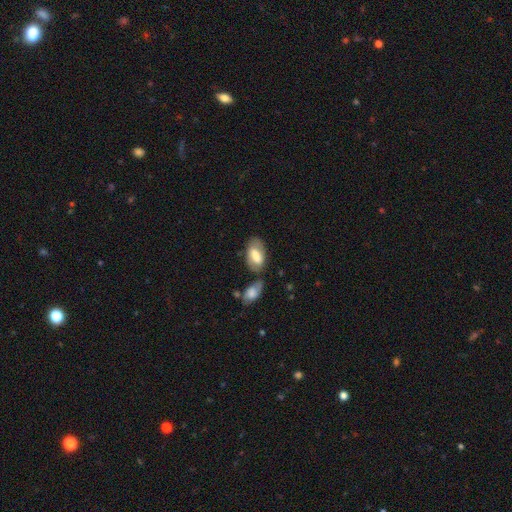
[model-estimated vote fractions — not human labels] Smooth or featured?
  - smooth: 64% *
  - featured or disk: 30%
  - star or artifact: 6%
How rounded?
  - in between: 92% *
  - round: 4%
  - cigar-shaped: 4%
Merging?
  - none: 56% *
  - minor disturbance: 19%
  - merger: 18%
  - major disturbance: 7%